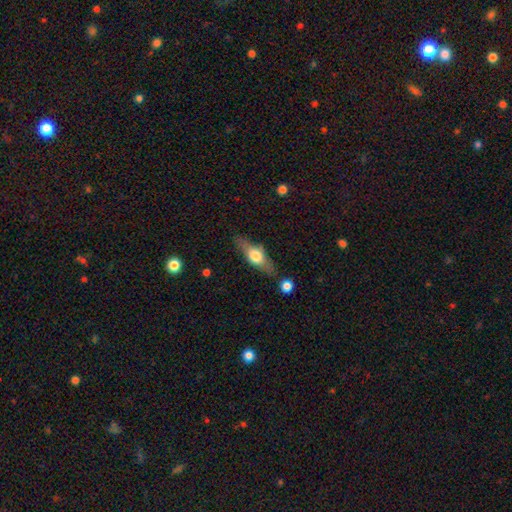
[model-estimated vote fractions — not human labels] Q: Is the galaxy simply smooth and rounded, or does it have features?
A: smooth — 48%.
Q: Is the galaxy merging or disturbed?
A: none — 74%.